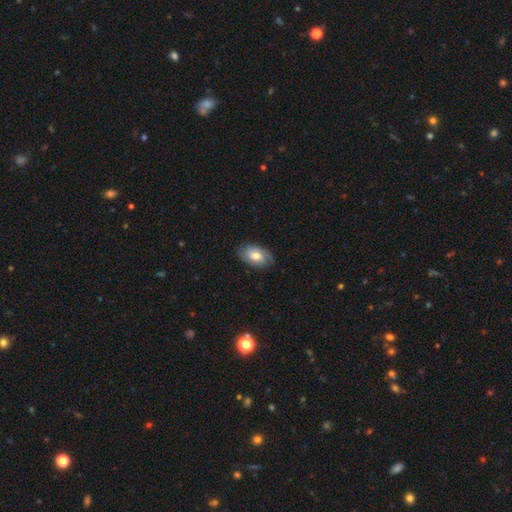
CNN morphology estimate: Overall: smooth (62%; featured or disk 30%). How rounded: in between (90%). Merging: none (77%).